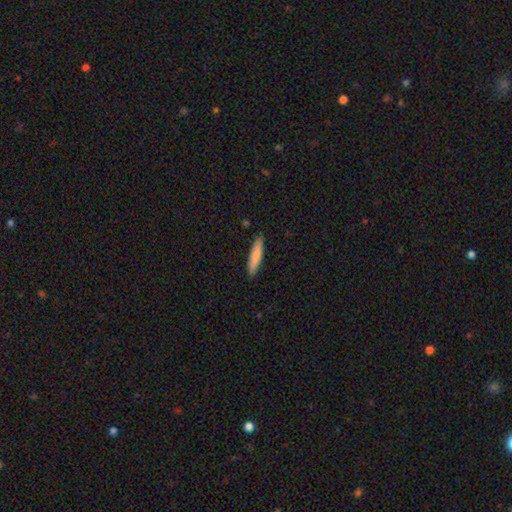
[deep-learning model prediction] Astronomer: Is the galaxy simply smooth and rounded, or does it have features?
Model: smooth — 82%.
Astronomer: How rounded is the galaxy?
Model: cigar-shaped — 86%.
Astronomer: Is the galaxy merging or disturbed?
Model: none — 89%.